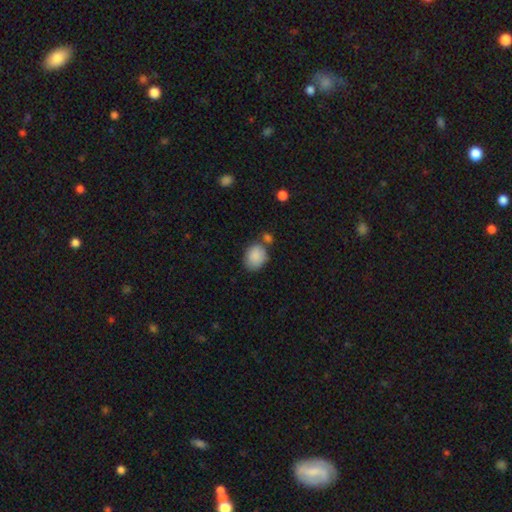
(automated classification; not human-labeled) The model was most divided on "how rounded": in between: 51%, round: 48%, cigar-shaped: 1%. More confident: smooth or featured — smooth (87%); merging — none (61%).